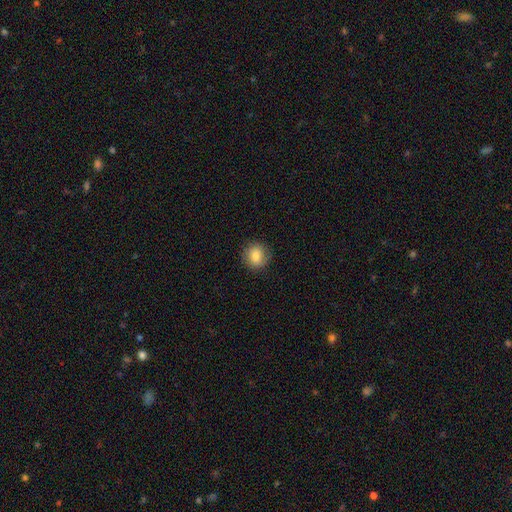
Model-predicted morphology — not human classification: Overall: smooth (80%). How rounded: round (84%). Merging: none (85%).